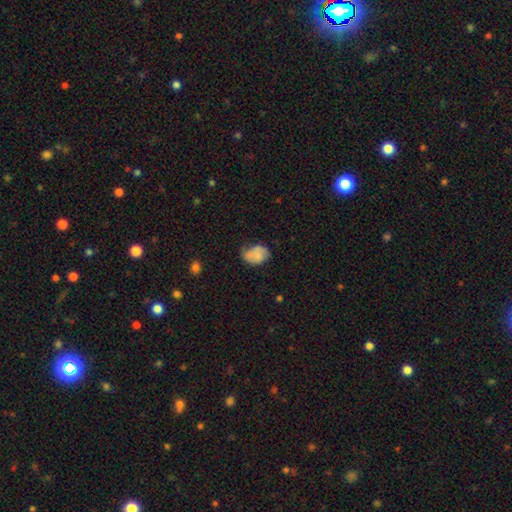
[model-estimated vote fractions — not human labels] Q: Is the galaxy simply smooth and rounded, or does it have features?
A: smooth — 73%.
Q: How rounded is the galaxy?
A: in between — 76%.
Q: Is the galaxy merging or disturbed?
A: none — 46%.